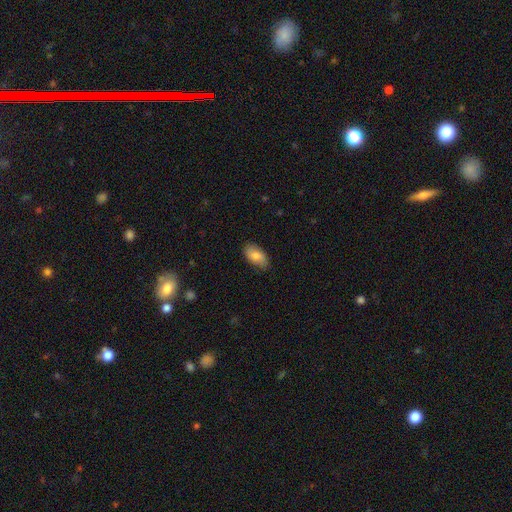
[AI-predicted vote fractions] Q: Smooth or featured?
A: smooth (80%); runner-up: featured or disk (13%)
Q: How rounded?
A: in between (94%); runner-up: round (4%)
Q: Merging?
A: none (82%); runner-up: minor disturbance (15%)